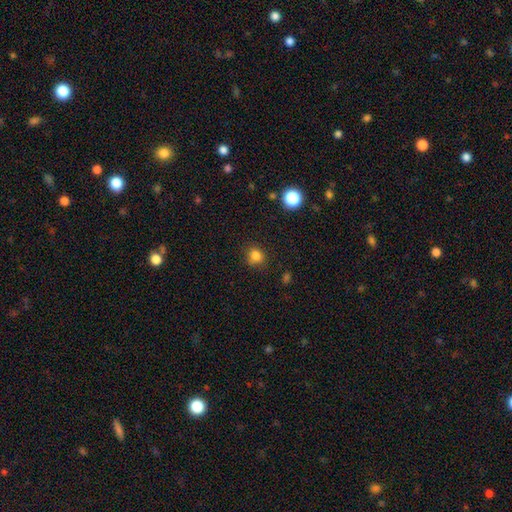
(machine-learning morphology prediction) smooth 82%, star or artifact 13%, featured or disk 5%. Down the decision tree: how rounded — round (81%); merging — none (80%).